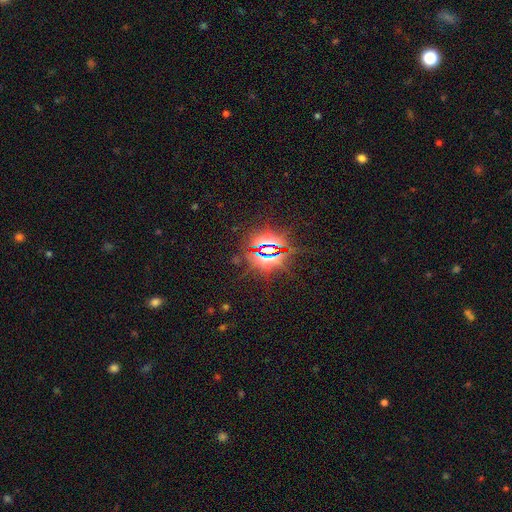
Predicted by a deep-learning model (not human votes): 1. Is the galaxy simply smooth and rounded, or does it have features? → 83% star or artifact, 10% smooth, 7% featured or disk.